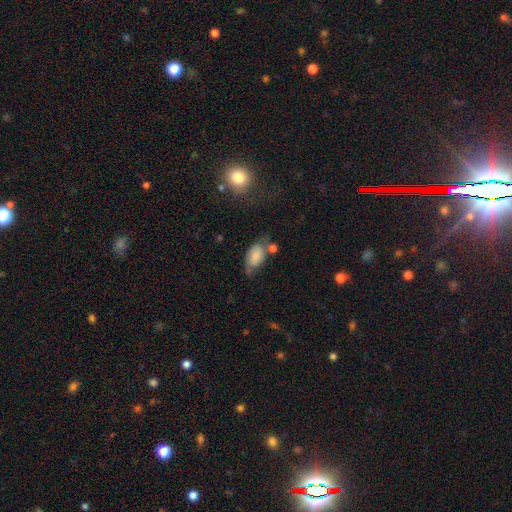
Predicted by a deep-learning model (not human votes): A smooth galaxy with no disk features (72%) that is in between round and cigar-shaped (91%).

Vote fractions:
- Smooth or featured? smooth: 72% / featured or disk: 20% / star or artifact: 8%
- How rounded? in between: 91% / round: 5% / cigar-shaped: 4%
- Merging? none: 42% / minor disturbance: 30% / merger: 15% / major disturbance: 14%